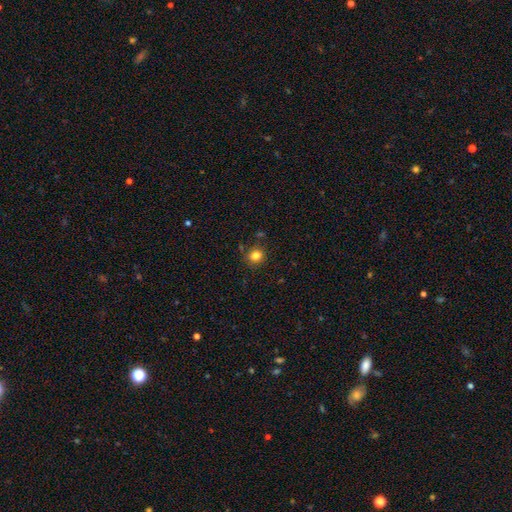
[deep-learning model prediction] A smooth galaxy with no disk features (81%) that is round (82%).

Vote fractions:
- Smooth or featured? smooth: 81% / star or artifact: 13% / featured or disk: 6%
- How rounded? round: 82% / in between: 18% / cigar-shaped: 1%
- Merging? none: 85% / minor disturbance: 9% / merger: 3% / major disturbance: 3%